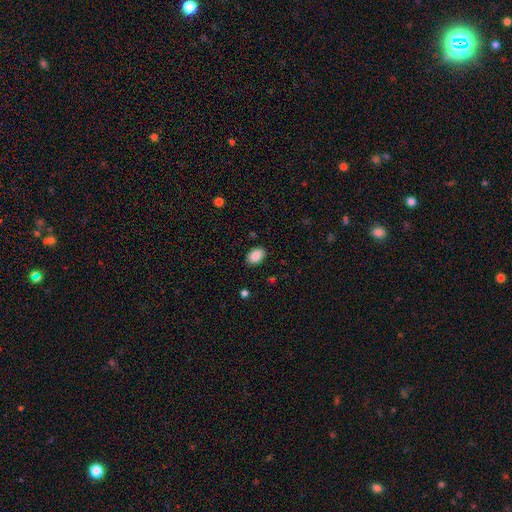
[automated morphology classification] Smooth or featured?
  - smooth: 89% *
  - star or artifact: 7%
  - featured or disk: 4%
How rounded?
  - in between: 86% *
  - round: 13%
  - cigar-shaped: 1%
Merging?
  - none: 87% *
  - minor disturbance: 10%
  - major disturbance: 2%
  - merger: 1%